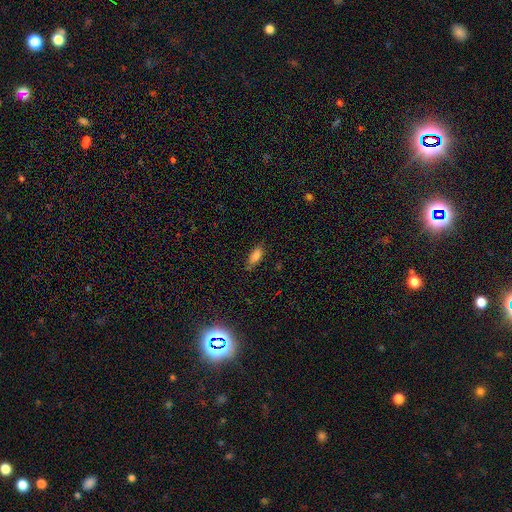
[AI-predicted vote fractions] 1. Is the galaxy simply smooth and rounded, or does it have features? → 82% smooth, 10% star or artifact, 8% featured or disk.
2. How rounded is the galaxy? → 79% in between, 19% cigar-shaped, 2% round.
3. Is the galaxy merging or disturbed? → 73% none, 21% minor disturbance, 4% major disturbance, 2% merger.